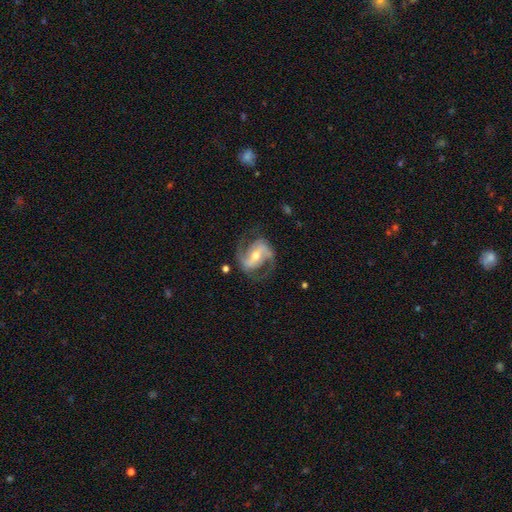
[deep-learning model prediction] Morphology: type=featured or disk (88%); edge-on=no (97%); bar=strong (45%); spiral arms=yes (96%); winding=medium (53%); arm count=2 (91%); bulge=moderate (57%); merging=none (76%).